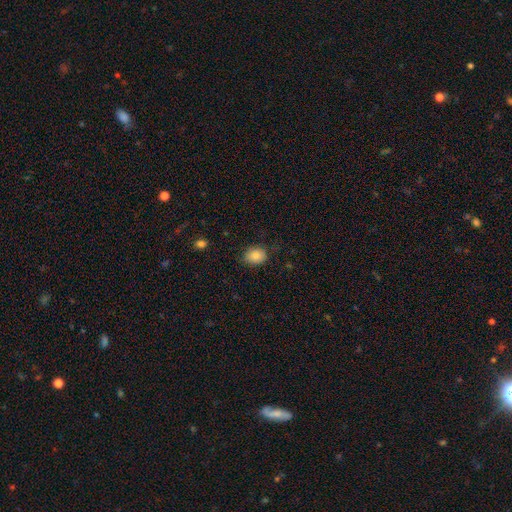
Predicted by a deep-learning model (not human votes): The model was most divided on "how rounded": in between: 53%, round: 47%, cigar-shaped: 1%. More confident: smooth or featured — smooth (84%); merging — none (80%).